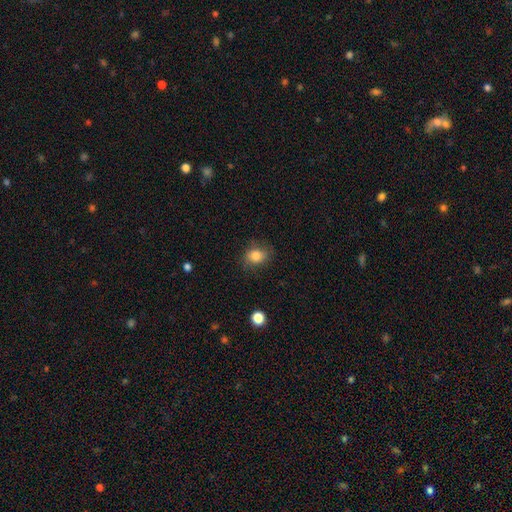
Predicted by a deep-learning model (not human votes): Smooth or featured?
  - smooth: 81% *
  - star or artifact: 10%
  - featured or disk: 9%
How rounded?
  - round: 51% *
  - in between: 48%
  - cigar-shaped: 1%
Merging?
  - none: 76% *
  - minor disturbance: 18%
  - major disturbance: 5%
  - merger: 1%